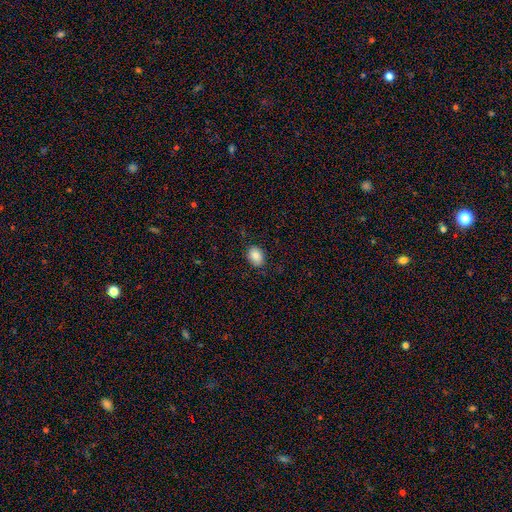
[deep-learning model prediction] Smooth or featured?
  - smooth: 85% *
  - star or artifact: 8%
  - featured or disk: 7%
How rounded?
  - in between: 67% *
  - round: 32%
  - cigar-shaped: 1%
Merging?
  - none: 84% *
  - minor disturbance: 12%
  - major disturbance: 3%
  - merger: 1%